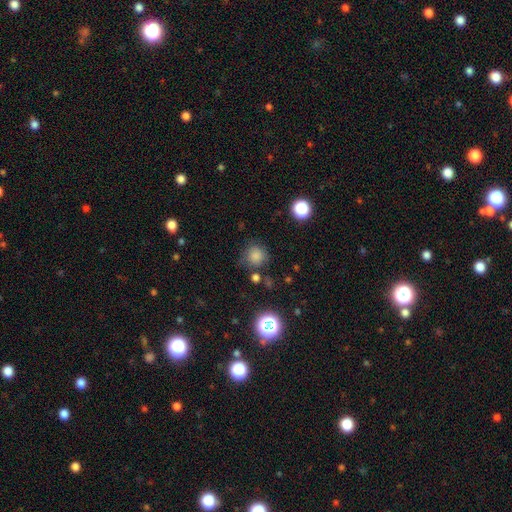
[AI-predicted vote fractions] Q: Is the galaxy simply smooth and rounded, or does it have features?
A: smooth — 79%.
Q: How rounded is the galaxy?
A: round — 91%.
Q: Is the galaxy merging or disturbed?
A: none — 72%.